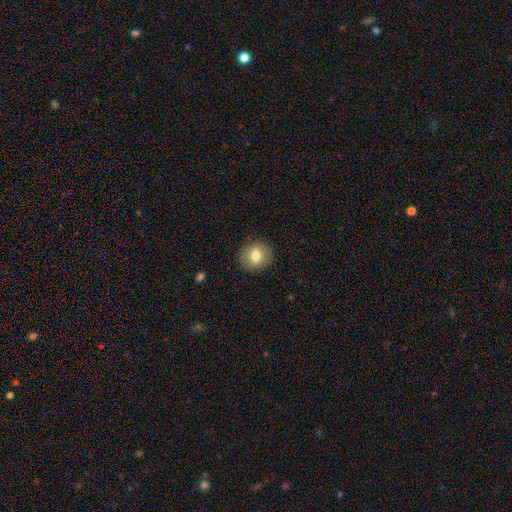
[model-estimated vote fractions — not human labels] Smooth or featured? Predicted: smooth (p=0.73). How rounded? Predicted: round (p=0.78). Merging? Predicted: none (p=0.89).